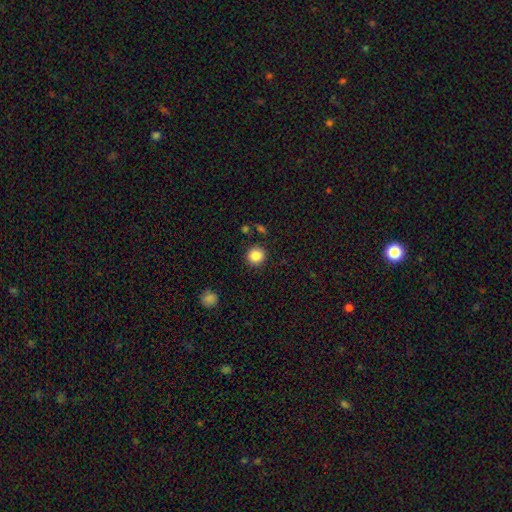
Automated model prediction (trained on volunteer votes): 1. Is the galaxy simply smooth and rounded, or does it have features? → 86% smooth, 10% star or artifact, 4% featured or disk.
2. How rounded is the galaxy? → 93% round, 6% in between, 1% cigar-shaped.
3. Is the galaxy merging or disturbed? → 89% none, 6% minor disturbance, 3% major disturbance, 2% merger.